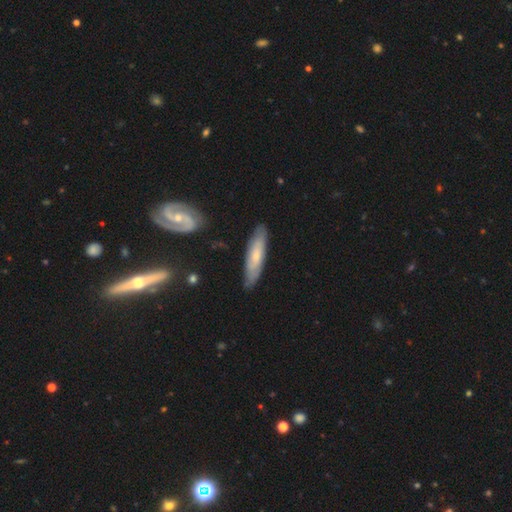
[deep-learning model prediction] This is possibly a featured or disk galaxy (52%). It is possibly not viewed edge-on (58%). Merging: clearly none (81%).